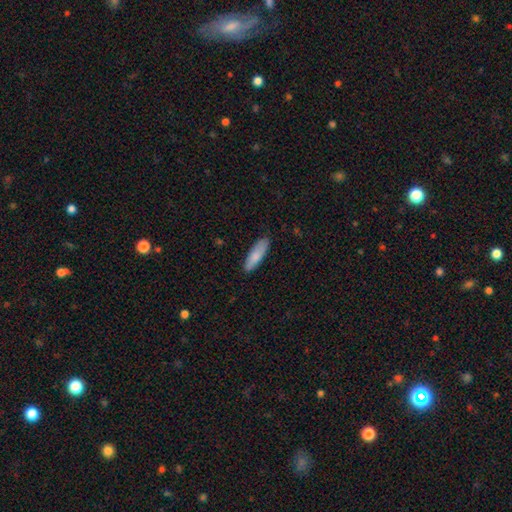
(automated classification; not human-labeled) Smooth or featured? Predicted: smooth (p=0.83). How rounded? Predicted: cigar-shaped (p=0.55). Merging? Predicted: none (p=0.86).